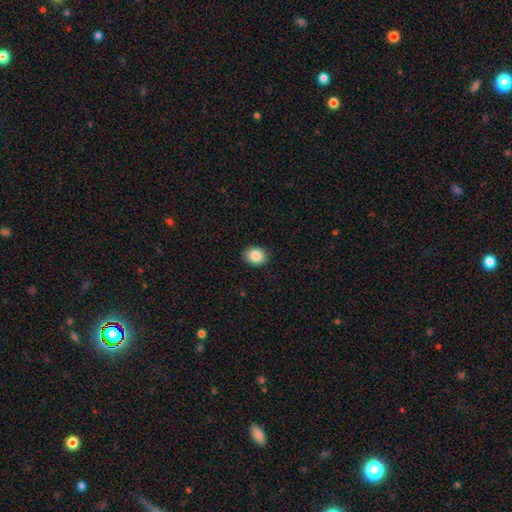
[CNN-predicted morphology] Smooth or featured: smooth — 86% (star or artifact — 8%)
How rounded: in between — 52% (round — 47%)
Merging: none — 90% (minor disturbance — 7%)